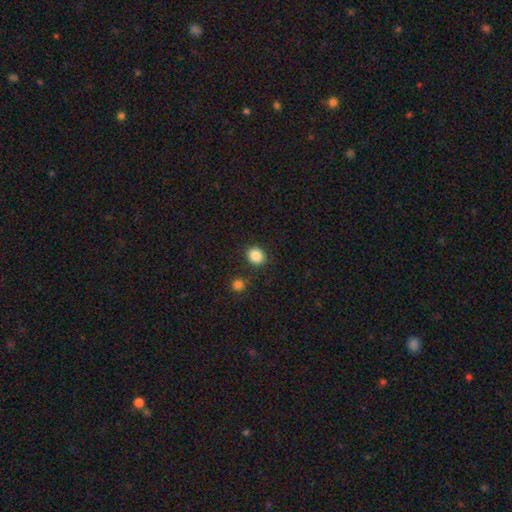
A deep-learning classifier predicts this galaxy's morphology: Smooth or featured: smooth — 86% (star or artifact — 10%)
How rounded: round — 65% (in between — 34%)
Merging: none — 85% (minor disturbance — 9%)